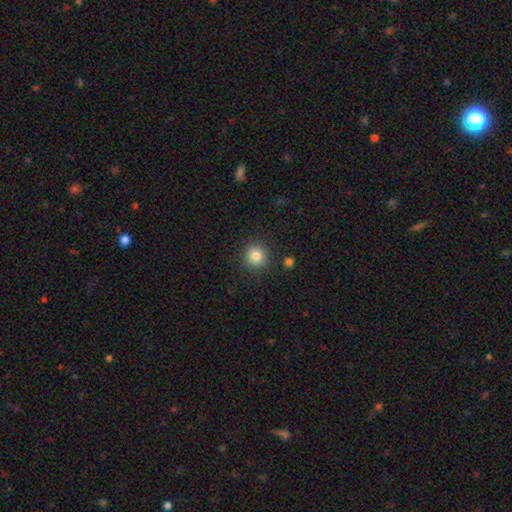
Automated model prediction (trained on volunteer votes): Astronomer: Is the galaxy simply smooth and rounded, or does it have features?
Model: smooth — 83%.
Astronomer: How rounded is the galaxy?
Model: round — 94%.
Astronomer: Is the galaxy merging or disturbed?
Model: none — 90%.